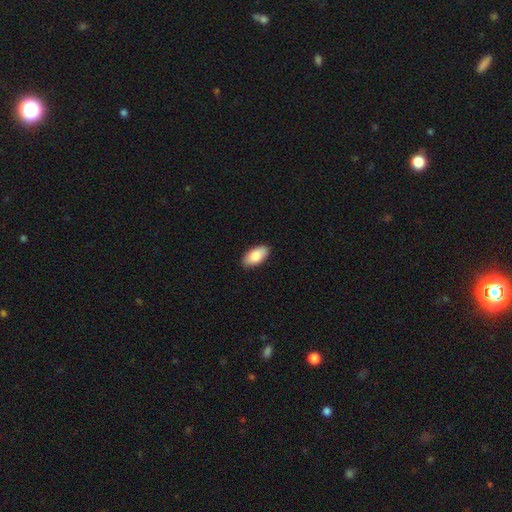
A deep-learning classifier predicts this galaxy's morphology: A smooth galaxy with no disk features (86%) that is in between round and cigar-shaped (94%).

Vote fractions:
- Smooth or featured? smooth: 86% / featured or disk: 8% / star or artifact: 6%
- How rounded? in between: 94% / cigar-shaped: 3% / round: 2%
- Merging? none: 89% / minor disturbance: 9% / major disturbance: 2% / merger: 1%